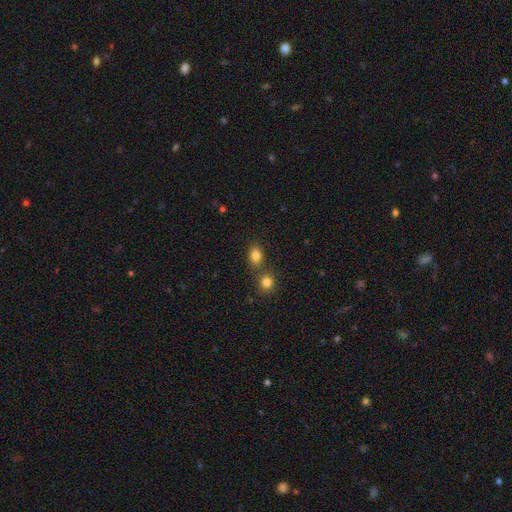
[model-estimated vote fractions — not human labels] Overall: smooth (82%). How rounded: in between (55%; round 44%). Merging: none (63%; merger 25%).